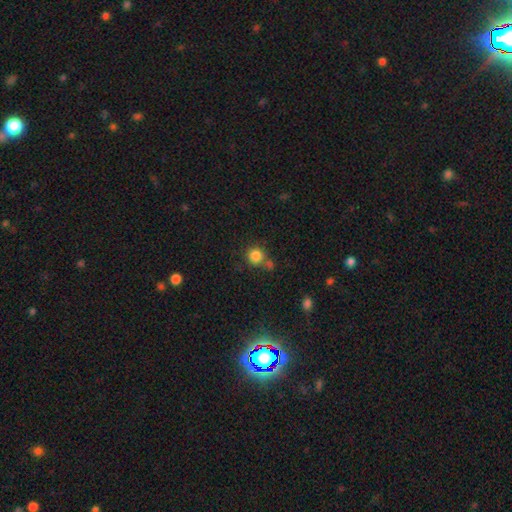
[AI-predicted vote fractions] smooth-or-featured: smooth: 83% | star or artifact: 12% | featured or disk: 5%
  how-rounded: round: 92% | in between: 7% | cigar-shaped: 1%
  merging: none: 64% | merger: 20% | minor disturbance: 12% | major disturbance: 4%